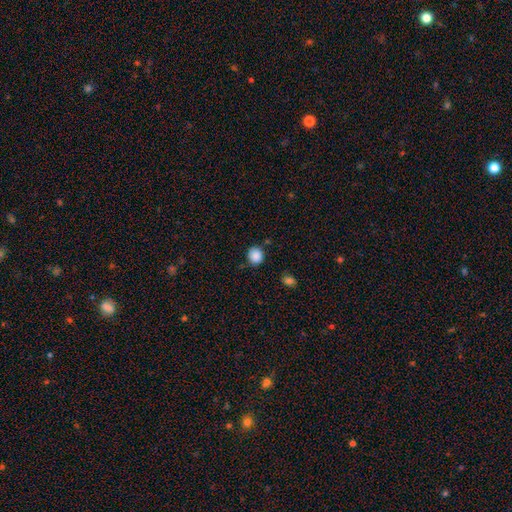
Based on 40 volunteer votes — Morphology: type=smooth (85%); roundness=round (85%); merging=none (89%).